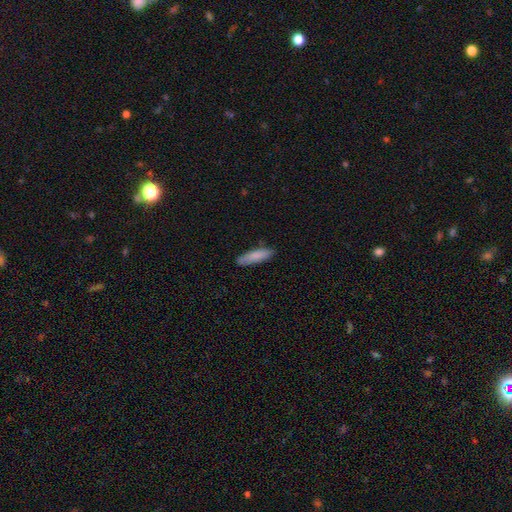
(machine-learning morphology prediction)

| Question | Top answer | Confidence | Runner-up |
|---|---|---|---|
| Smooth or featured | smooth | 84% | featured or disk (10%) |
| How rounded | cigar-shaped | 72% | in between (26%) |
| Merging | none | 85% | minor disturbance (11%) |